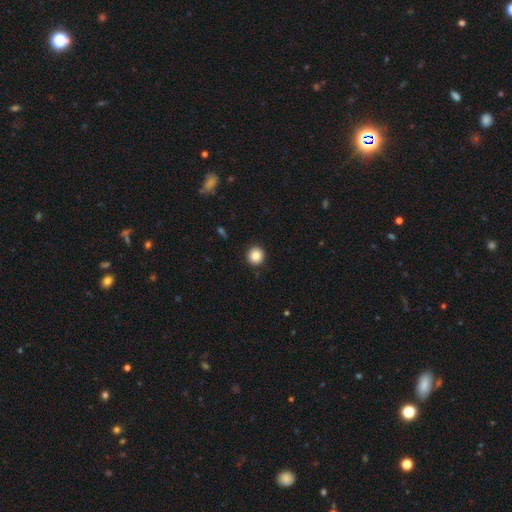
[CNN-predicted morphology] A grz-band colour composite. It shows a smooth galaxy with no disk features (86%) that is round (94%). Merging: none (92%).